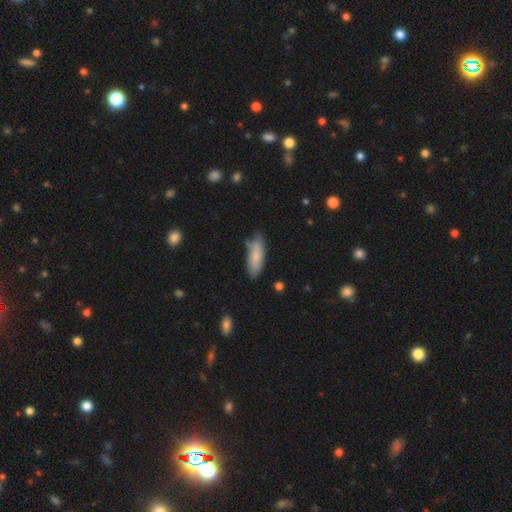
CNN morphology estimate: Smooth or featured? Predicted: smooth (p=0.78). How rounded? Predicted: in between (p=0.64). Merging? Predicted: none (p=0.60).